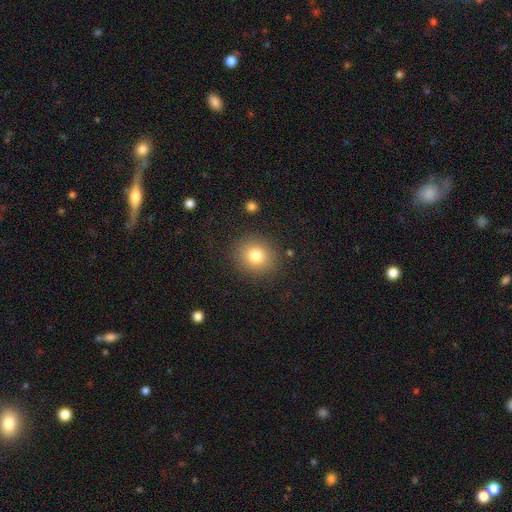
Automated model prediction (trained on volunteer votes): The model was most divided on "how rounded": round: 79%, in between: 20%, cigar-shaped: 1%. More confident: merging — none (87%); smooth or featured — smooth (79%).